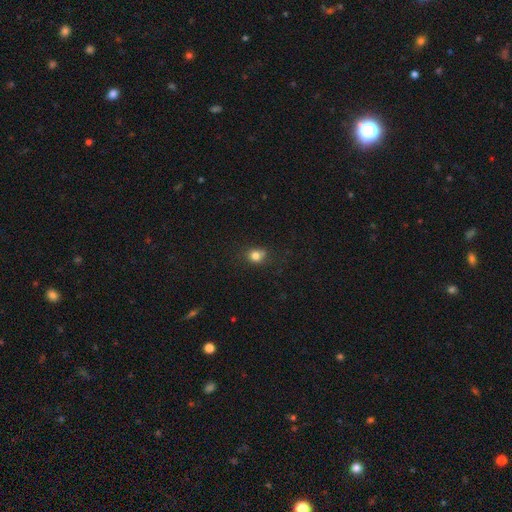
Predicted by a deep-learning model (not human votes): Smooth or featured? smooth (79%)
How rounded? round (69%)
Merging? none (65%)